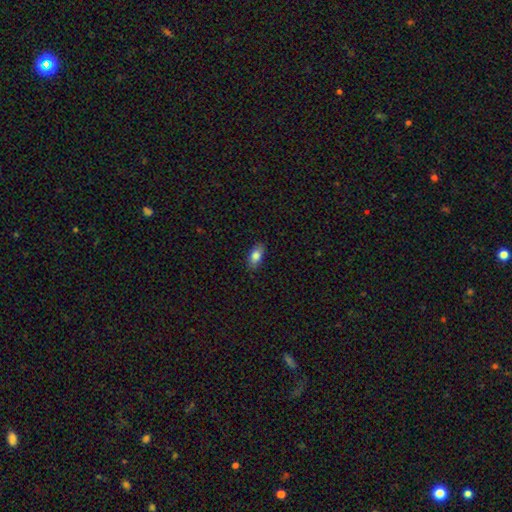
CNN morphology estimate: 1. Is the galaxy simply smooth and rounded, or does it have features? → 83% smooth, 10% featured or disk, 7% star or artifact.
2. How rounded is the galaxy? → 88% in between, 9% cigar-shaped, 4% round.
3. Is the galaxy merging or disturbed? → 86% none, 11% minor disturbance, 2% major disturbance, 1% merger.